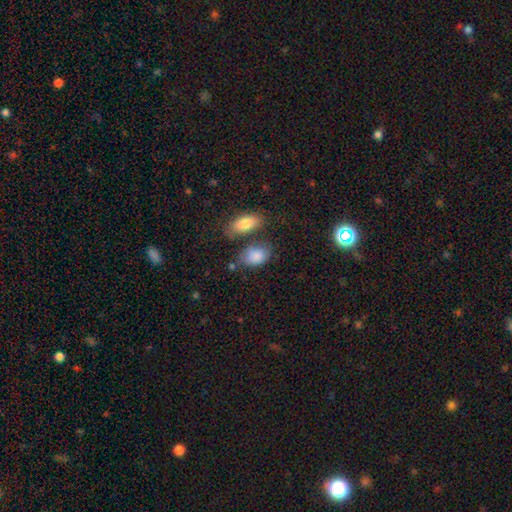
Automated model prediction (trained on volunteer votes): This is clearly a smooth galaxy (86%). How rounded: clearly in between (87%). Merging: possibly none (50%).